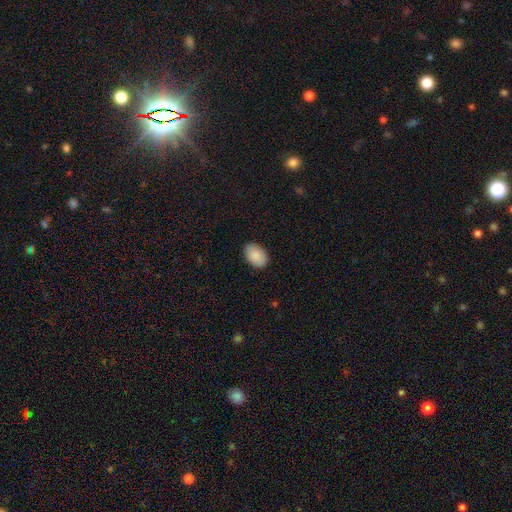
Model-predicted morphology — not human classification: Smooth or featured? Predicted: smooth (p=0.90). How rounded? Predicted: in between (p=0.90). Merging? Predicted: none (p=0.88).